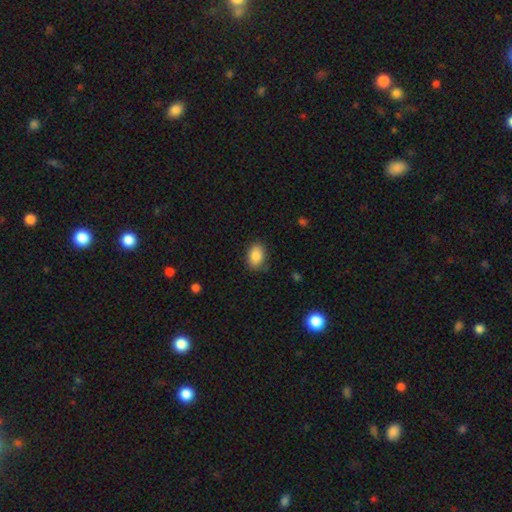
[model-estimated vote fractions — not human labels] smooth-or-featured: smooth: 86% | star or artifact: 8% | featured or disk: 6%
  how-rounded: in between: 79% | round: 20% | cigar-shaped: 1%
  merging: none: 77% | minor disturbance: 18% | major disturbance: 4% | merger: 1%